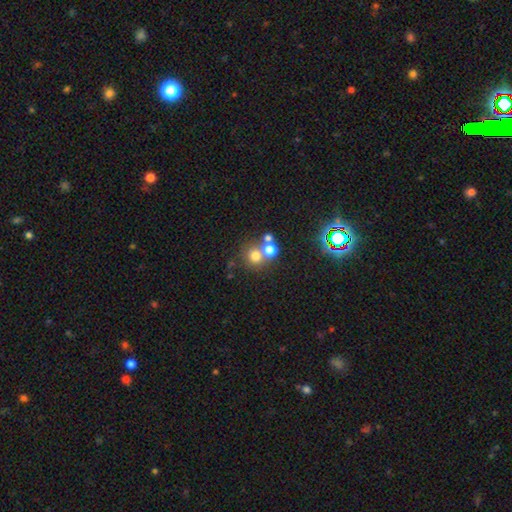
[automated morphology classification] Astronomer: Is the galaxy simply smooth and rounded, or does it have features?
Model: smooth — 70%.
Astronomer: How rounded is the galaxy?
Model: round — 87%.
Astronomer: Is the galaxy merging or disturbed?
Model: none — 53% (runner-up: merger, 36%).